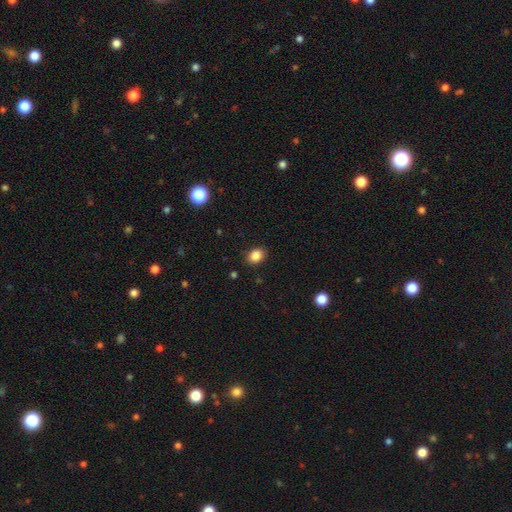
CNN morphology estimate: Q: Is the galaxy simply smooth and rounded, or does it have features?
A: smooth — 86%.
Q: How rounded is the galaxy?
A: in between — 53%.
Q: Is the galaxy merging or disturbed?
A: none — 88%.